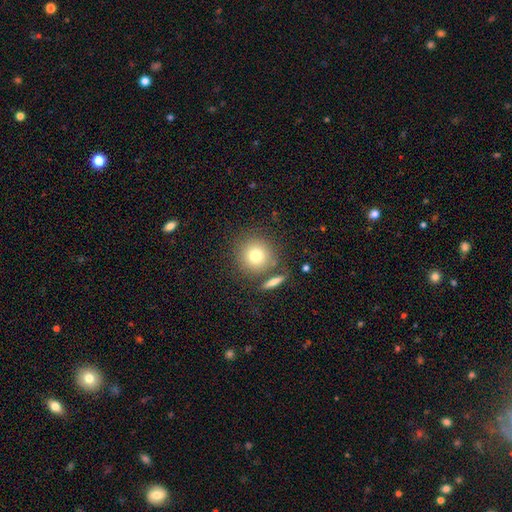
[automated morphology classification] The model was most divided on "merging": none: 75%, merger: 12%, minor disturbance: 9%, major disturbance: 4%. More confident: how rounded — round (91%); smooth or featured — smooth (77%).